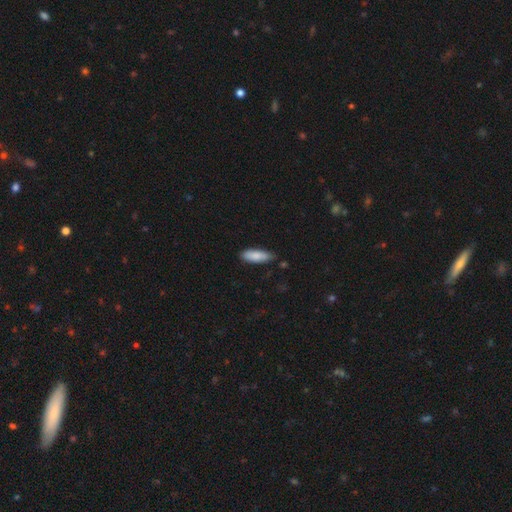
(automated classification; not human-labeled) Morphology: type=smooth (86%); roundness=in between (60%); merging=none (76%).